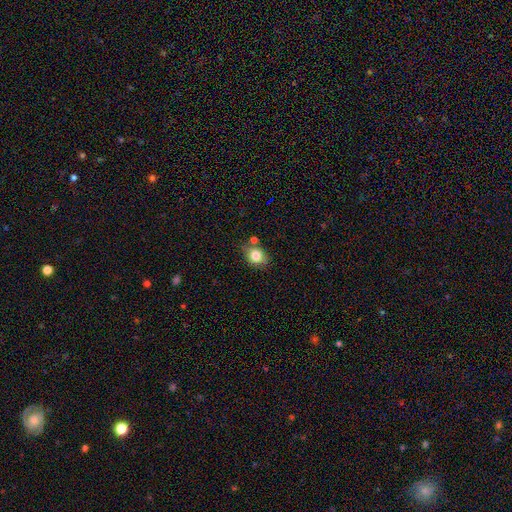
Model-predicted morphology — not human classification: smooth 81%, featured or disk 10%, star or artifact 9%. Down the decision tree: how rounded — in between (51%); merging — none (68%).